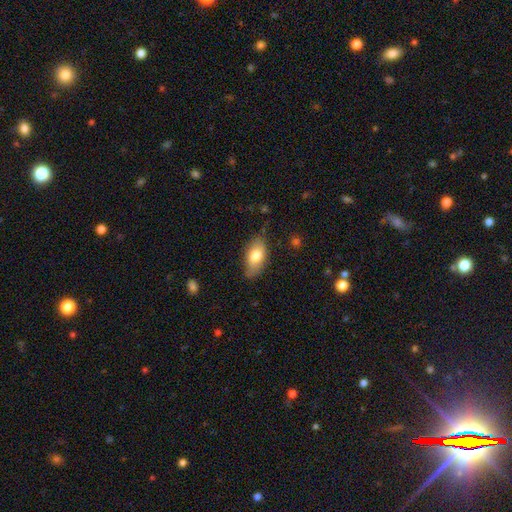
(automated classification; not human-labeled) Overall: smooth (74%). How rounded: in between (89%). Merging: none (75%).